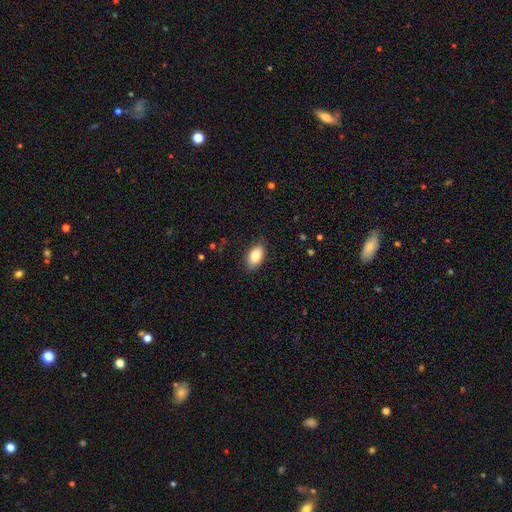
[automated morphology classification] Smooth or featured? smooth (83%)
How rounded? in between (92%)
Merging? none (84%)